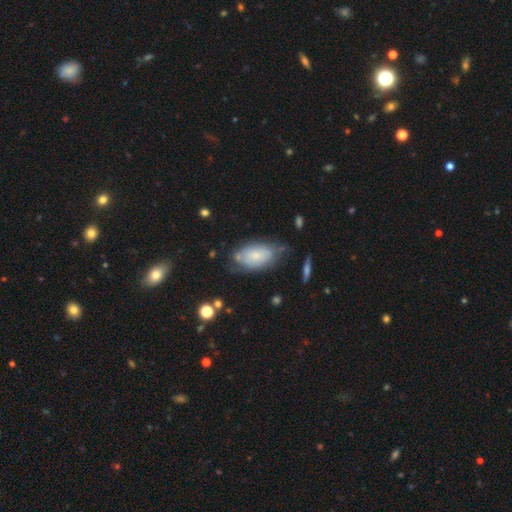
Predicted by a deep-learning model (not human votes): The model was most divided on "merging": none: 52%, minor disturbance: 31%, major disturbance: 11%, merger: 6%. More confident: how rounded — in between (93%); smooth or featured — smooth (64%).